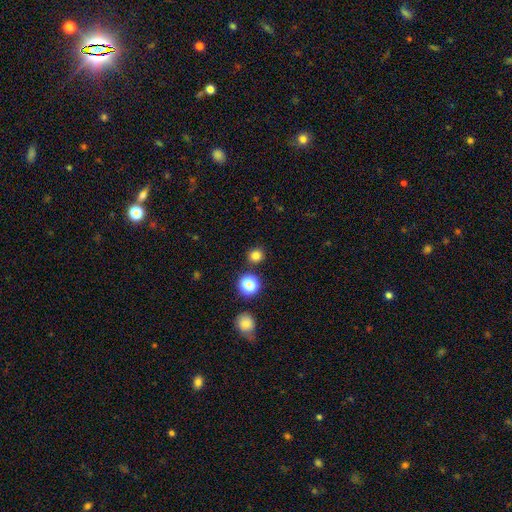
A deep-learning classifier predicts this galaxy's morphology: This is likely a smooth galaxy (78%). How rounded: clearly round (93%). Merging: clearly none (88%).